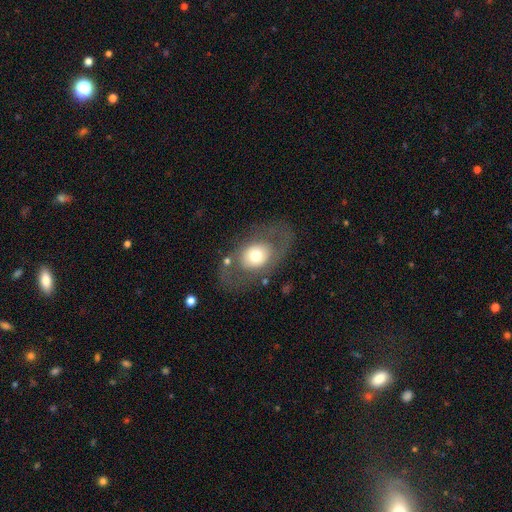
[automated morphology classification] Smooth or featured: smooth — 50% (featured or disk — 43%)
How rounded: in between — 69% (round — 29%)
Merging: none — 72% (minor disturbance — 13%)